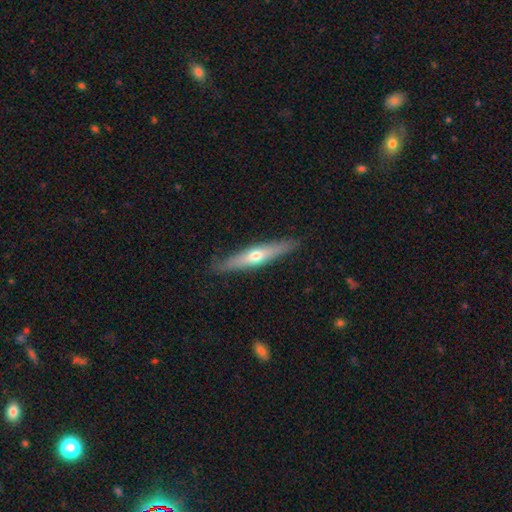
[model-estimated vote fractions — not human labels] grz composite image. It shows a featured or disk galaxy (51%) viewed edge-on (88%). Merging: none (87%).